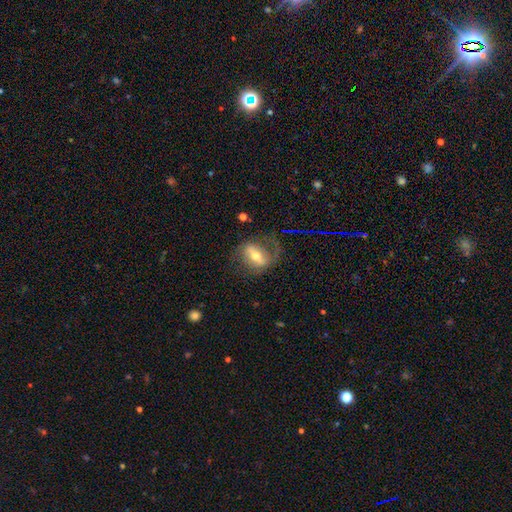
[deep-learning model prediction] Smooth or featured? Predicted: featured or disk (p=0.62). Edge-on disk? Predicted: no (p=0.87). Bar? Predicted: strong (p=0.55). Spiral arms? Predicted: yes (p=0.67). Bulge size? Predicted: moderate (p=0.61). Merging? Predicted: none (p=0.56).